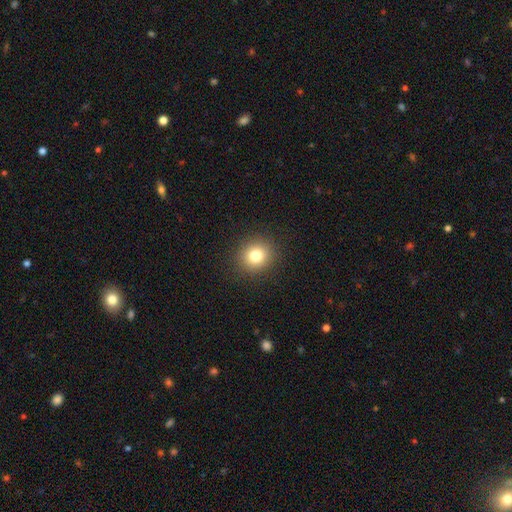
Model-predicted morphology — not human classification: smooth 80%, star or artifact 12%, featured or disk 8%. Down the decision tree: how rounded — round (82%); merging — none (91%).